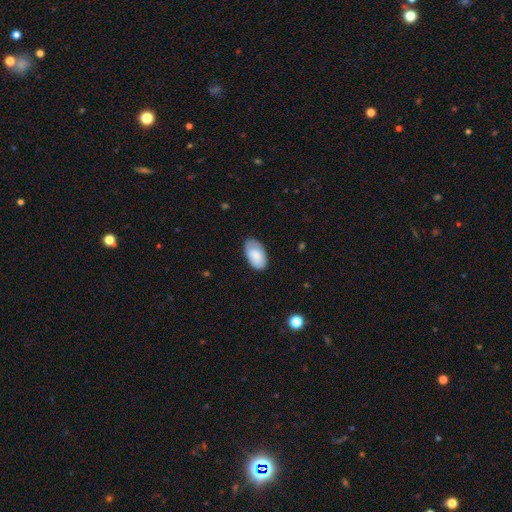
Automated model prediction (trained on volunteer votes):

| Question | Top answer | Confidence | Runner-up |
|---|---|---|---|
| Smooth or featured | smooth | 81% | featured or disk (13%) |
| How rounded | in between | 95% | round (3%) |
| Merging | none | 72% | minor disturbance (23%) |